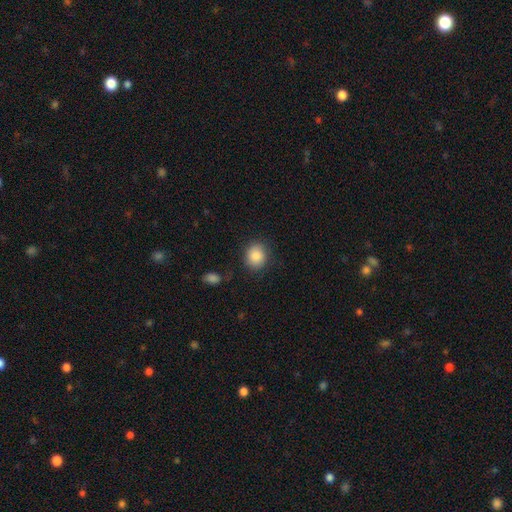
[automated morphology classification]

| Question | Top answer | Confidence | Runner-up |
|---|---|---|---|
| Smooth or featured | smooth | 86% | star or artifact (8%) |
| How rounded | round | 67% | in between (32%) |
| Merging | none | 83% | minor disturbance (11%) |